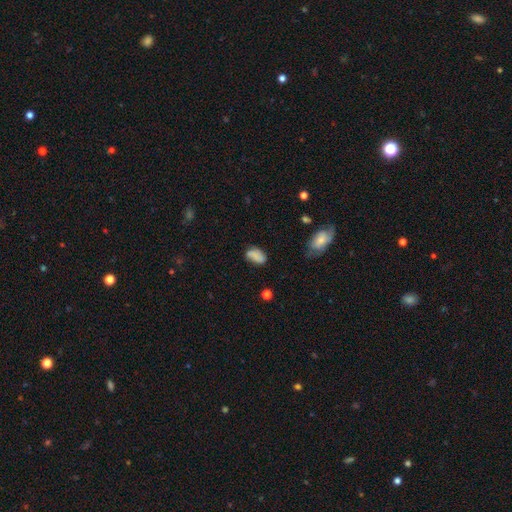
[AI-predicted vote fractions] Smooth or featured: smooth — 76% (featured or disk — 14%)
How rounded: in between — 90% (round — 7%)
Merging: none — 61% (minor disturbance — 26%)